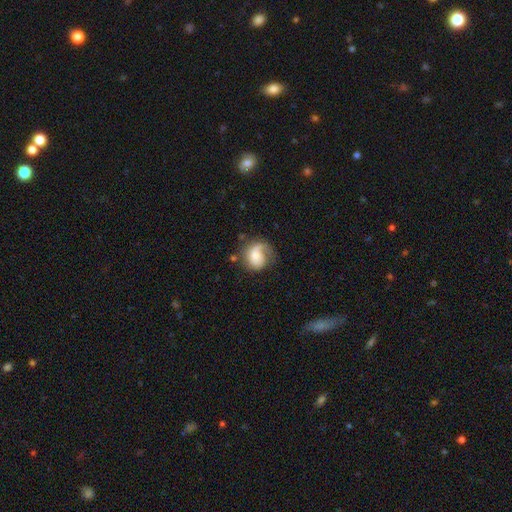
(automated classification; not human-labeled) This appears to be a featured or disk galaxy (56%) with no bar (72%), spiral arms (87%) and a moderate central bulge (43%). Merging: none (51%).